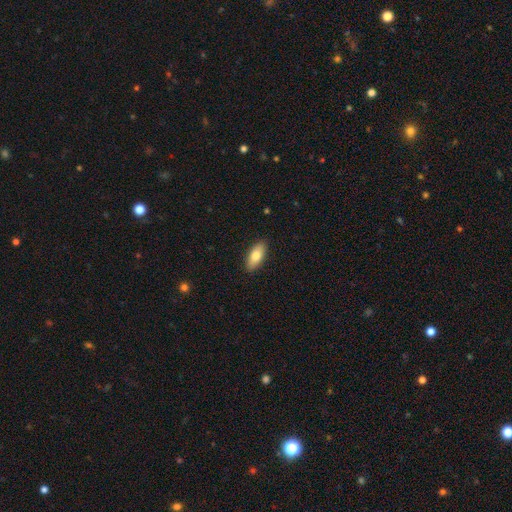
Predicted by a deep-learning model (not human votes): Smooth or featured: smooth — 78% (featured or disk — 16%)
How rounded: in between — 83% (cigar-shaped — 14%)
Merging: none — 90% (minor disturbance — 8%)